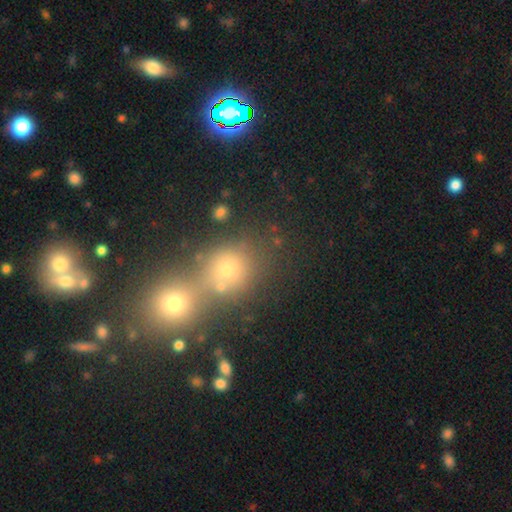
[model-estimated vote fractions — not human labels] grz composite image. It shows a smooth galaxy with no disk features (45%). Merging: none (49%).